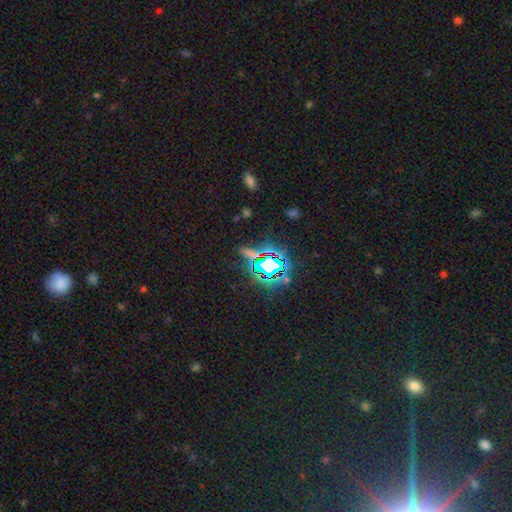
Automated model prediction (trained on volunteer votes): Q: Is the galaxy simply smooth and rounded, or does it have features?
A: star or artifact — 69%.